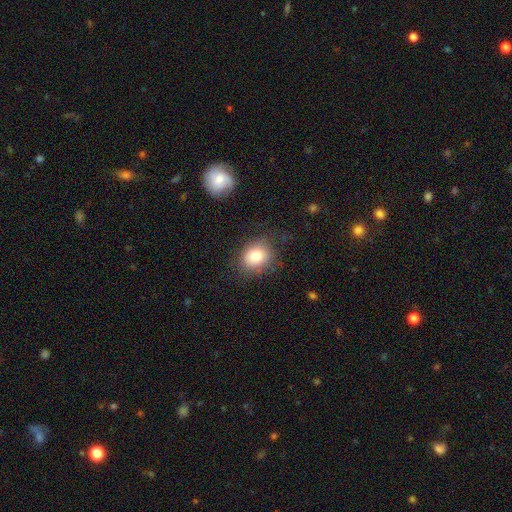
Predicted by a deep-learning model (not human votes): smooth 80%, star or artifact 10%, featured or disk 10%. Down the decision tree: how rounded — round (59%); merging — none (78%).